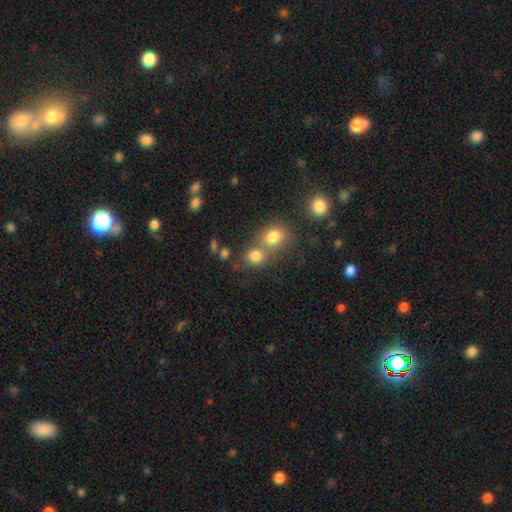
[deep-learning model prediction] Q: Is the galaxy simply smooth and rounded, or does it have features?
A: smooth — 79%.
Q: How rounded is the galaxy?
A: round — 73%.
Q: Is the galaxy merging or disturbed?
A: merger — 47%.